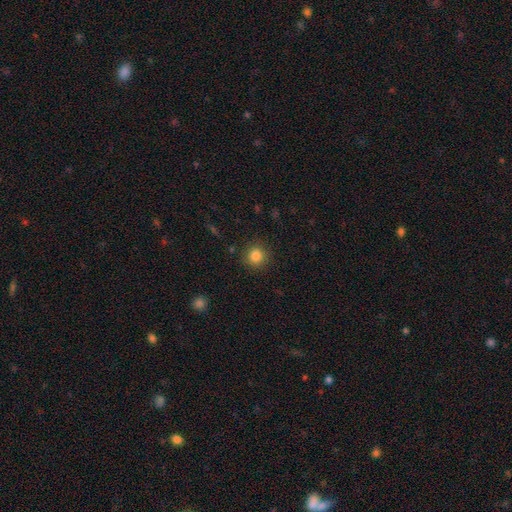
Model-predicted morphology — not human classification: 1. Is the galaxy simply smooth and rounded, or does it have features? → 84% smooth, 11% star or artifact, 5% featured or disk.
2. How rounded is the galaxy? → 91% round, 8% in between, 1% cigar-shaped.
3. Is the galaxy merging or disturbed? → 88% none, 8% minor disturbance, 3% major disturbance, 1% merger.